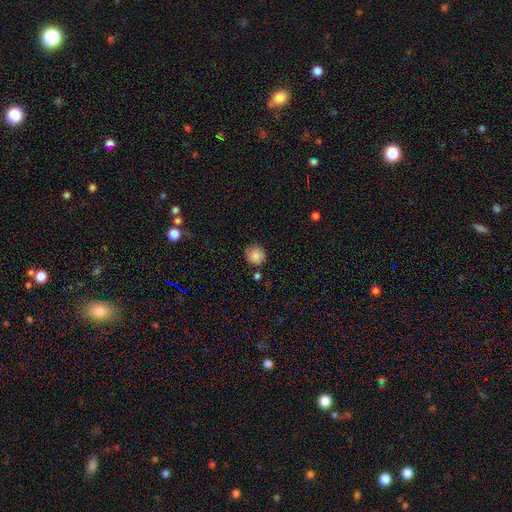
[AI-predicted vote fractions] A smooth galaxy with no disk features (87%) that is round (92%).

Vote fractions:
- Smooth or featured? smooth: 87% / star or artifact: 9% / featured or disk: 4%
- How rounded? round: 92% / in between: 7% / cigar-shaped: 1%
- Merging? none: 82% / minor disturbance: 11% / merger: 5% / major disturbance: 3%